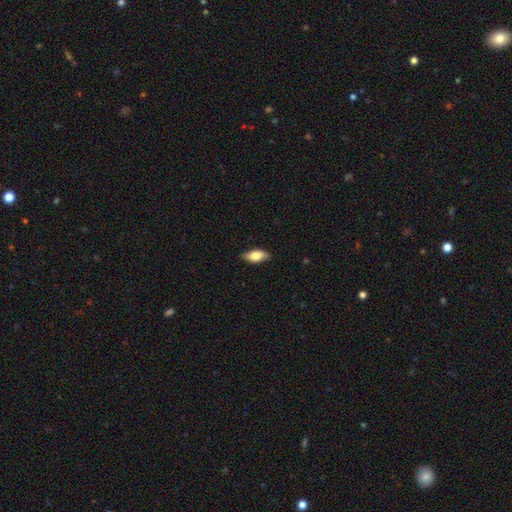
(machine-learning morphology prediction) The model was most divided on "smooth or featured": smooth: 73%, featured or disk: 20%, star or artifact: 6%. More confident: merging — none (84%); how rounded — in between (84%).